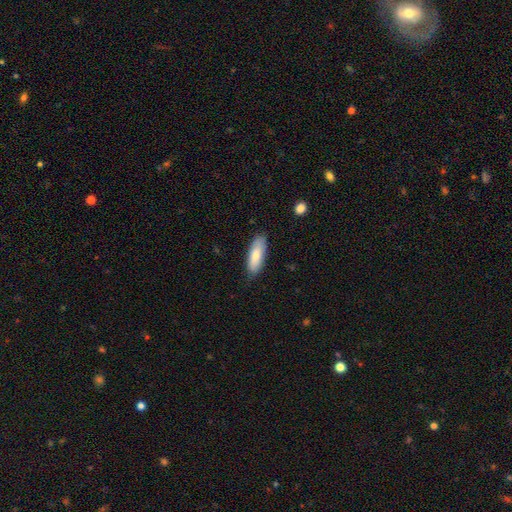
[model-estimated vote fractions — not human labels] Smooth or featured? smooth (80%)
How rounded? in between (62%)
Merging? none (83%)